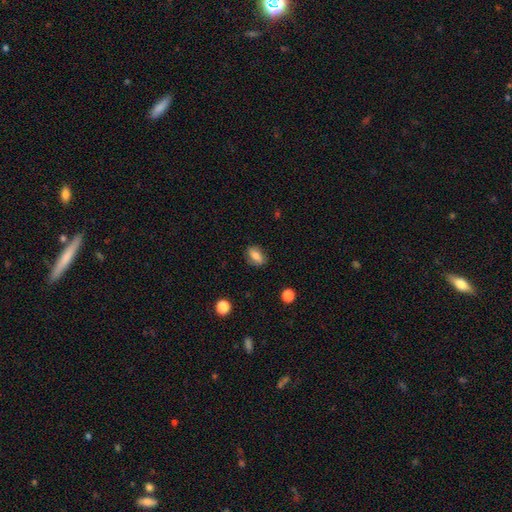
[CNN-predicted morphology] This is clearly a smooth galaxy (80%). How rounded: clearly in between (82%). Merging: clearly none (83%).